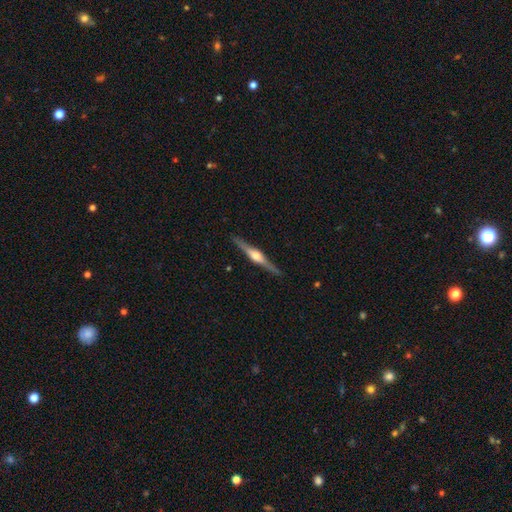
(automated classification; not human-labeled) Smooth or featured? featured or disk (82%)
Edge-on disk? yes (98%)
Edge-on bulge? rounded (90%)
Merging? none (91%)